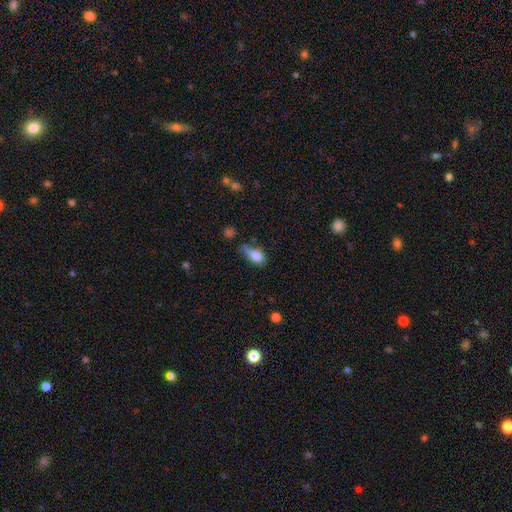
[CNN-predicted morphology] Q: Smooth or featured?
A: smooth (78%); runner-up: featured or disk (13%)
Q: How rounded?
A: in between (78%); runner-up: round (14%)
Q: Merging?
A: minor disturbance (36%); runner-up: none (30%)